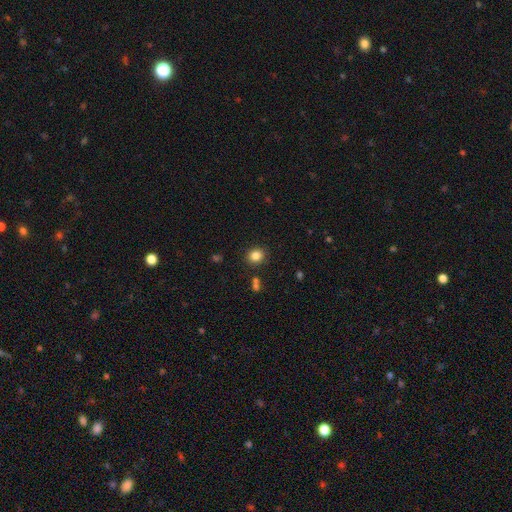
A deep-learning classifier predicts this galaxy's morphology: Q: Smooth or featured?
A: smooth (83%); runner-up: star or artifact (12%)
Q: How rounded?
A: round (77%); runner-up: in between (22%)
Q: Merging?
A: none (87%); runner-up: minor disturbance (7%)